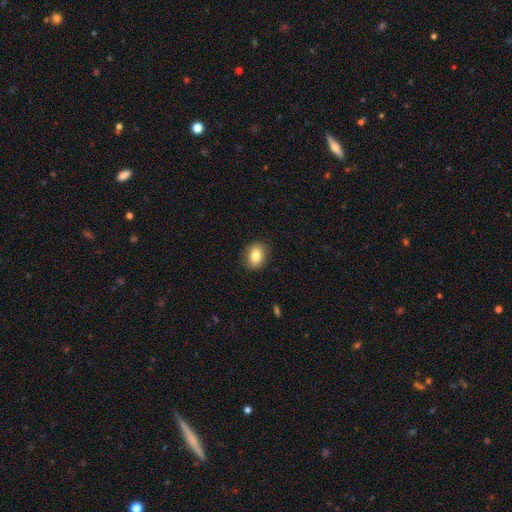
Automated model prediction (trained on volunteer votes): A smooth galaxy with no disk features (82%) that is in between round and cigar-shaped (55%). Merging: none (89%).